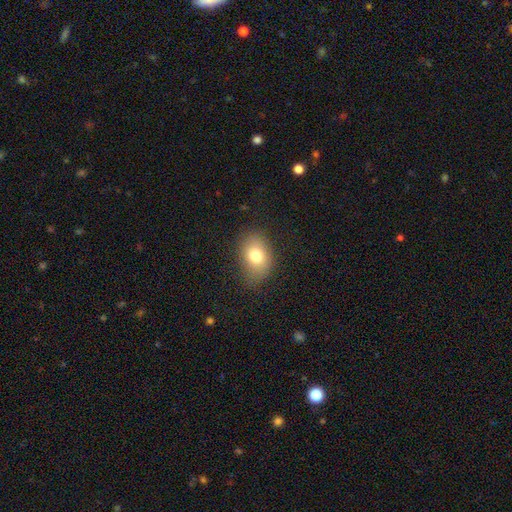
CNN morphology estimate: The model was most divided on "merging": none: 73%, minor disturbance: 20%, major disturbance: 6%, merger: 1%. More confident: how rounded — in between (77%); smooth or featured — smooth (76%).